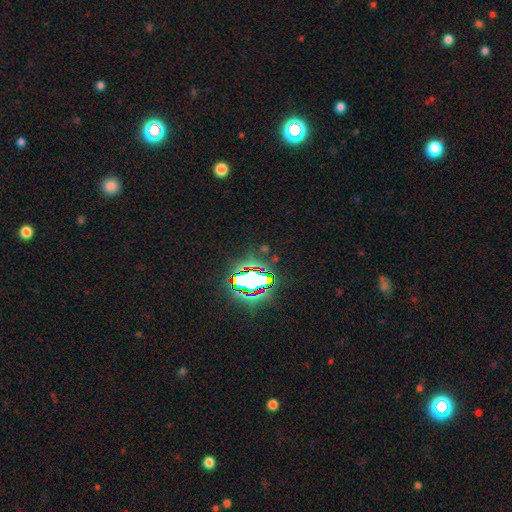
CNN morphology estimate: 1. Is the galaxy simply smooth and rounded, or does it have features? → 78% star or artifact, 13% smooth, 9% featured or disk.